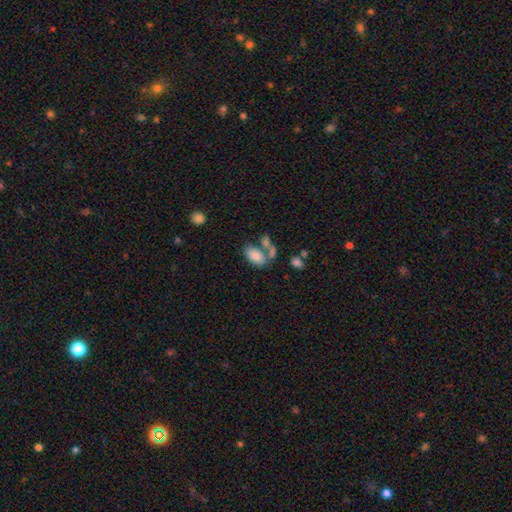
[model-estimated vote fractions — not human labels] smooth 81%, featured or disk 11%, star or artifact 8%. Down the decision tree: how rounded — in between (93%); merging — none (45%).